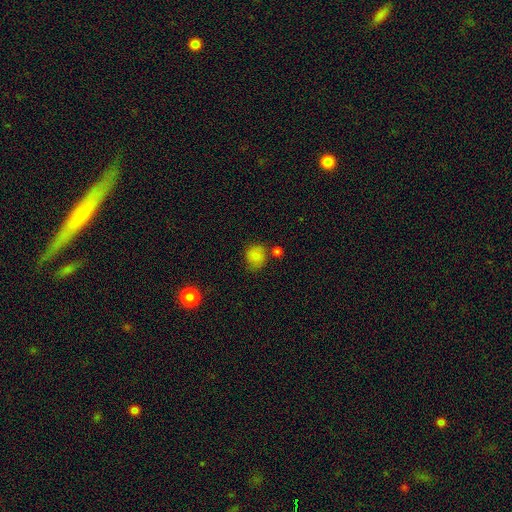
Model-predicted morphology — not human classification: A smooth galaxy with no disk features (82%) that is round (78%). Merging: none (66%).